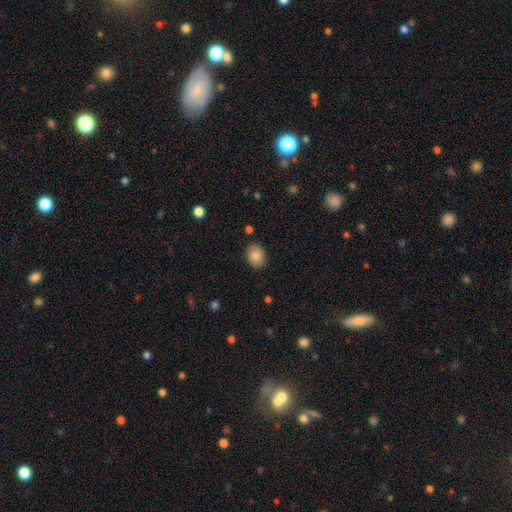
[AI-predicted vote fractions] Smooth or featured?
  - smooth: 85% *
  - star or artifact: 8%
  - featured or disk: 7%
How rounded?
  - in between: 68% *
  - round: 31%
  - cigar-shaped: 1%
Merging?
  - none: 86% *
  - minor disturbance: 10%
  - major disturbance: 2%
  - merger: 2%